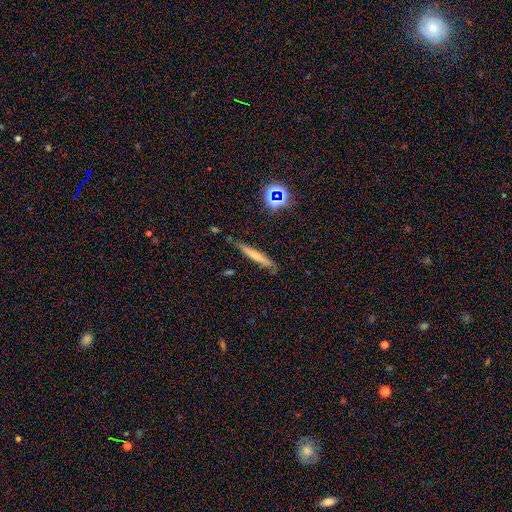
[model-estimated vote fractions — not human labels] The model was most divided on "smooth or featured": smooth: 48%, featured or disk: 40%, star or artifact: 12%. More confident: merging — none (78%).